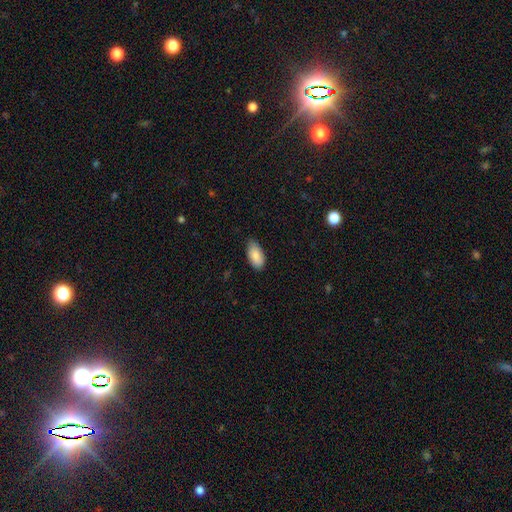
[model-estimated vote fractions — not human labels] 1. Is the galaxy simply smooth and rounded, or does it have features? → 87% smooth, 7% featured or disk, 6% star or artifact.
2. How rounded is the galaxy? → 95% in between, 3% cigar-shaped, 2% round.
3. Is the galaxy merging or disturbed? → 80% none, 17% minor disturbance, 2% major disturbance, 1% merger.